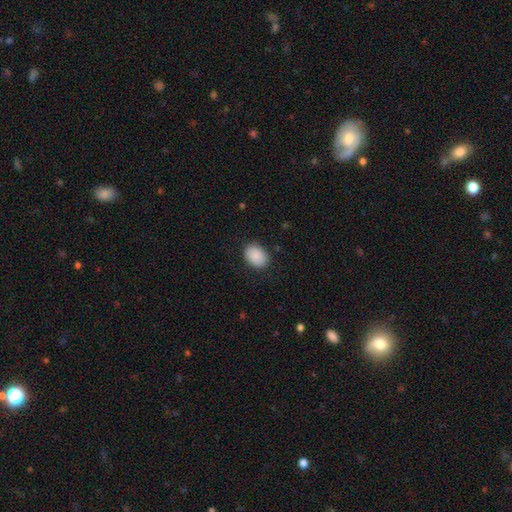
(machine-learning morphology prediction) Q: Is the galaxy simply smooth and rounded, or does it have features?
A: smooth — 90%.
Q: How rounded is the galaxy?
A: in between — 74%.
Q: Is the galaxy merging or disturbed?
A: none — 87%.